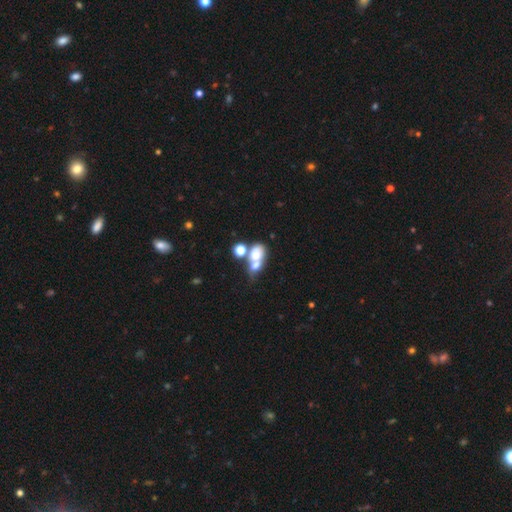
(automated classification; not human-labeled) smooth-or-featured: smooth: 65% | featured or disk: 21% | star or artifact: 14%
  how-rounded: in between: 62% | round: 35% | cigar-shaped: 3%
  merging: merger: 58% | none: 24% | minor disturbance: 9% | major disturbance: 8%